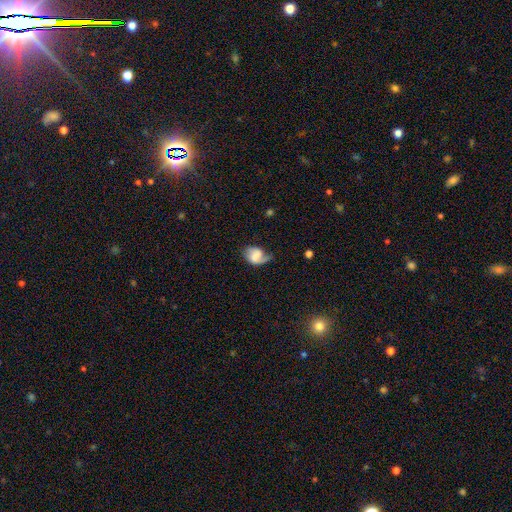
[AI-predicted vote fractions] Smooth or featured: featured or disk — 51% (smooth — 40%)
Edge-on disk: no — 97% (yes — 3%)
Merging: none — 43% (minor disturbance — 33%)